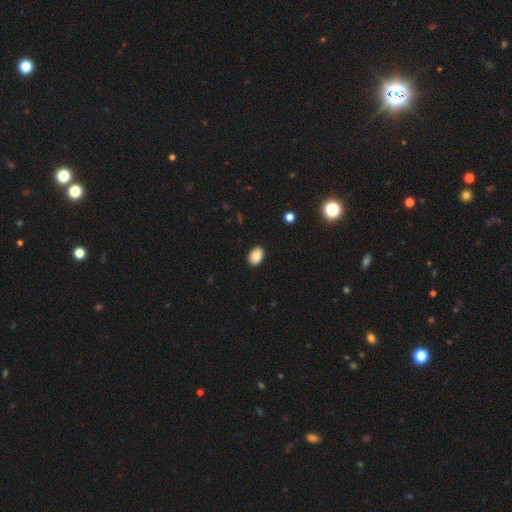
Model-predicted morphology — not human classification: This appears to be a smooth galaxy with no disk features (81%) that is in between round and cigar-shaped (77%). Merging: none (89%).